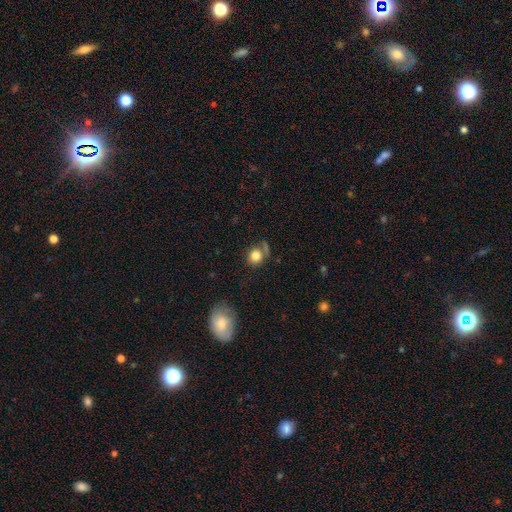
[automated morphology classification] type=smooth (80%); roundness=round (74%); merging=none (59%).